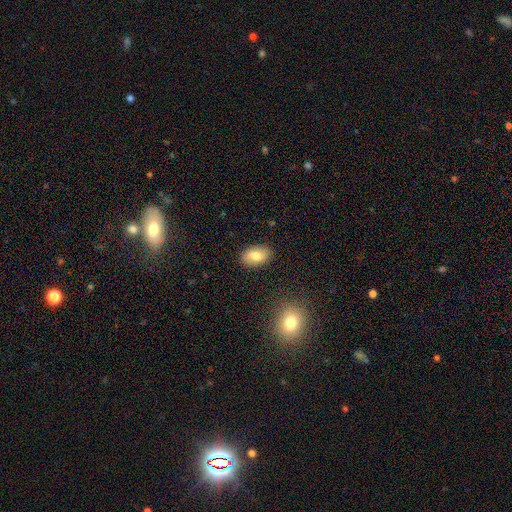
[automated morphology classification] This appears to be a smooth galaxy with no disk features (74%) that is in between round and cigar-shaped (90%). Merging: none (87%).